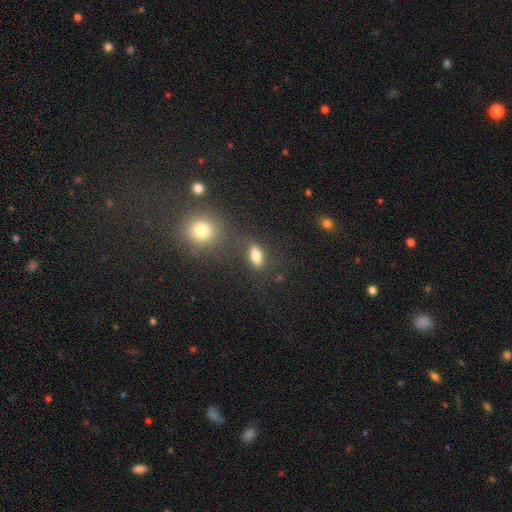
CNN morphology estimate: Overall: smooth (78%). How rounded: in between (80%). Merging: none (70%).